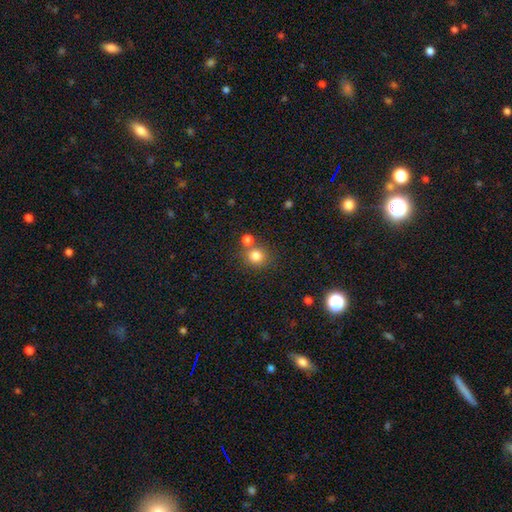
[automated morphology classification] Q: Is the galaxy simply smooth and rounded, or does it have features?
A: smooth — 82%.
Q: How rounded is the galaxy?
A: round — 85%.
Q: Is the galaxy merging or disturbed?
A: none — 66%.